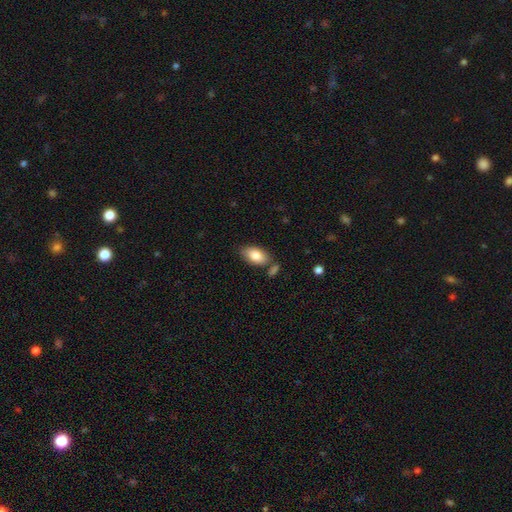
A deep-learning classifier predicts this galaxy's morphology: Smooth or featured? Predicted: smooth (p=0.83). How rounded? Predicted: in between (p=0.93). Merging? Predicted: none (p=0.73).